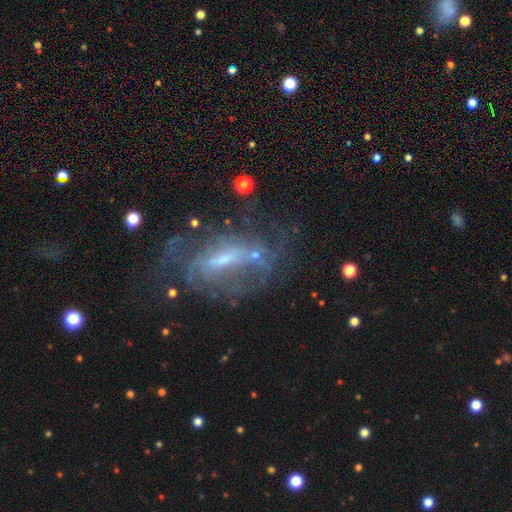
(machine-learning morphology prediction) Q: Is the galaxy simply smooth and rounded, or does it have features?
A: featured or disk — 70%.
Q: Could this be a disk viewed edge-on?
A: no — 92%.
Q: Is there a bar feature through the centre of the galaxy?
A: weak — 41%.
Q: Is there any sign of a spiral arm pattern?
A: yes — 60%.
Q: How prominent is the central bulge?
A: small — 46%.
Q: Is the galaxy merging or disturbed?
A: none — 45%.